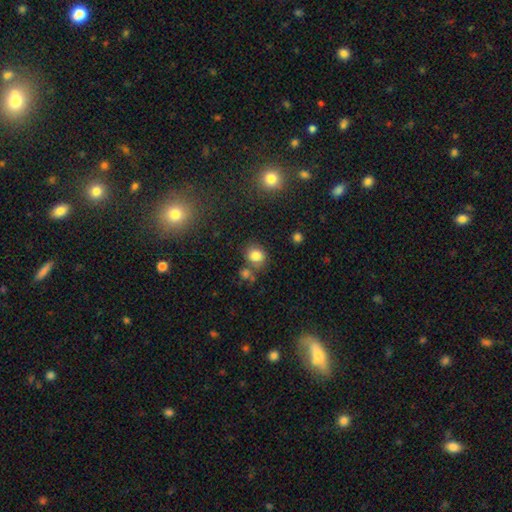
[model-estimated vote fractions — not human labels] A smooth galaxy with no disk features (81%) that is round (67%).

Vote fractions:
- Smooth or featured? smooth: 81% / star or artifact: 12% / featured or disk: 7%
- How rounded? round: 67% / in between: 32% / cigar-shaped: 1%
- Merging? none: 64% / merger: 17% / minor disturbance: 14% / major disturbance: 5%